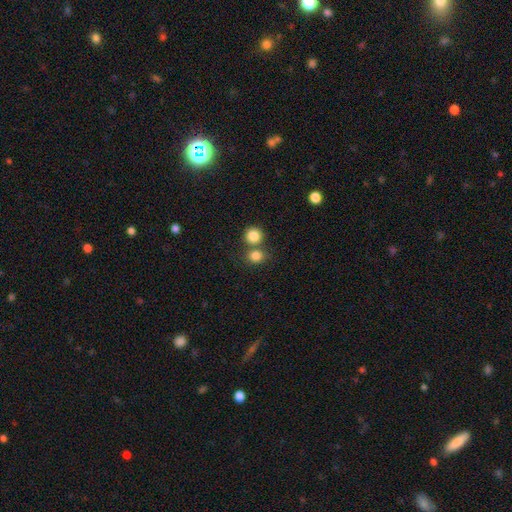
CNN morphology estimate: Q: Smooth or featured?
A: smooth (83%); runner-up: star or artifact (11%)
Q: How rounded?
A: round (77%); runner-up: in between (22%)
Q: Merging?
A: none (54%); runner-up: merger (36%)